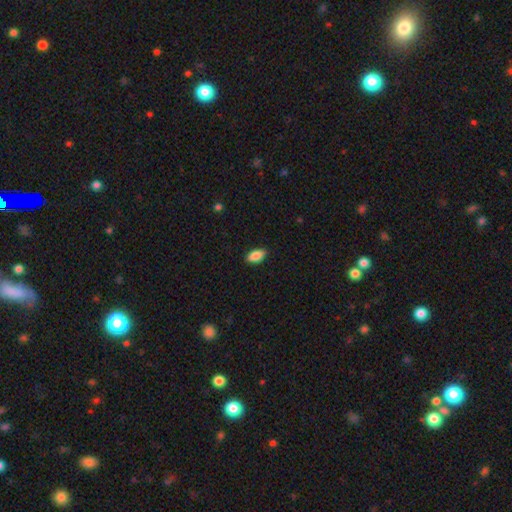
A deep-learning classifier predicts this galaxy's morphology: smooth 85%, featured or disk 8%, star or artifact 7%. Down the decision tree: how rounded — in between (90%); merging — none (88%).